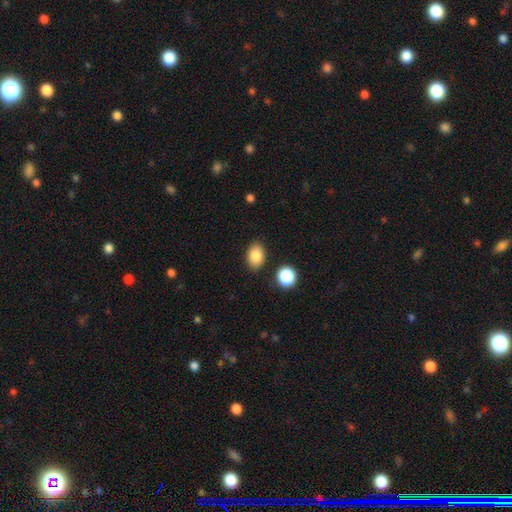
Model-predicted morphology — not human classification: This appears to be a smooth galaxy with no disk features (85%) that is in between round and cigar-shaped (83%). Merging: none (86%).